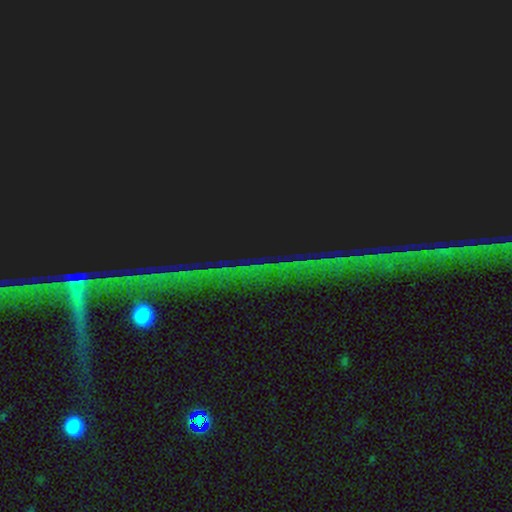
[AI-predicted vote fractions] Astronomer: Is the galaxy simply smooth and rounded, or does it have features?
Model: star or artifact — 85%.